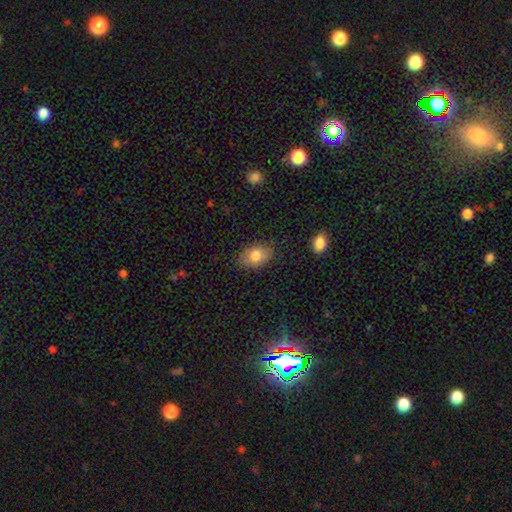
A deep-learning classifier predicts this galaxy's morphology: This is clearly a smooth galaxy (80%). How rounded: clearly in between (84%). Merging: clearly none (81%).